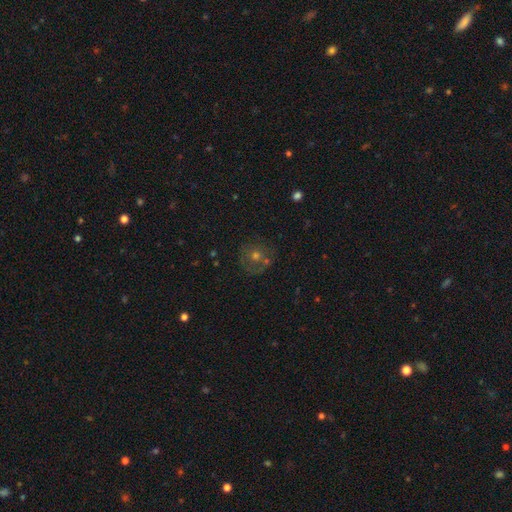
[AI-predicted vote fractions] featured or disk 41% (tied), smooth 41% (tied), star or artifact 18%. Down the decision tree: merging — none (65%).